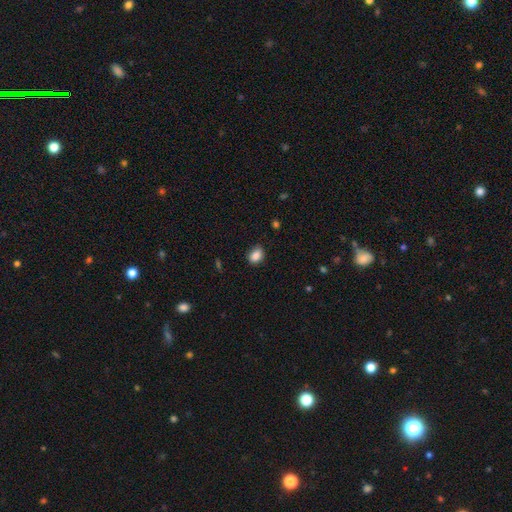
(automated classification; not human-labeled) smooth_or_featured: smooth (p=0.86) [alt: star or artifact p=0.09]
how_rounded: in between (p=0.66) [alt: round p=0.33]
merging: none (p=0.80) [alt: minor disturbance p=0.16]